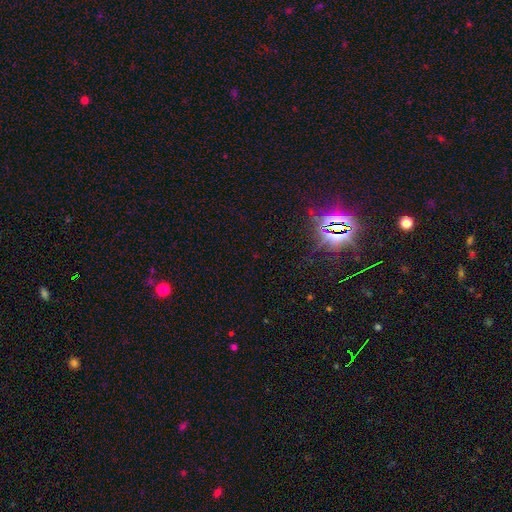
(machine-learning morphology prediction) This is likely a star or artifact rather than a galaxy (76%).